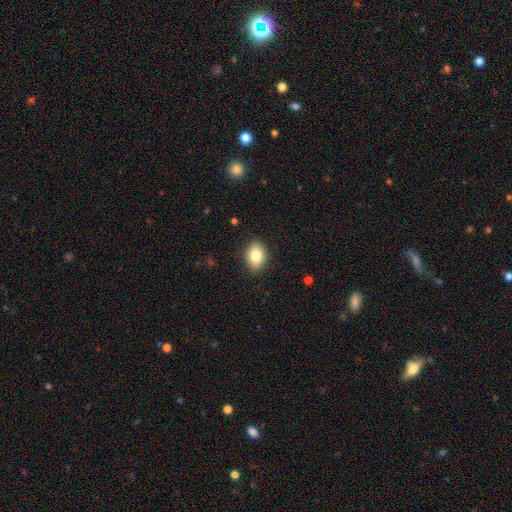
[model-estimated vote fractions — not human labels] Morphology: type=smooth (82%); roundness=in between (80%); merging=none (88%).